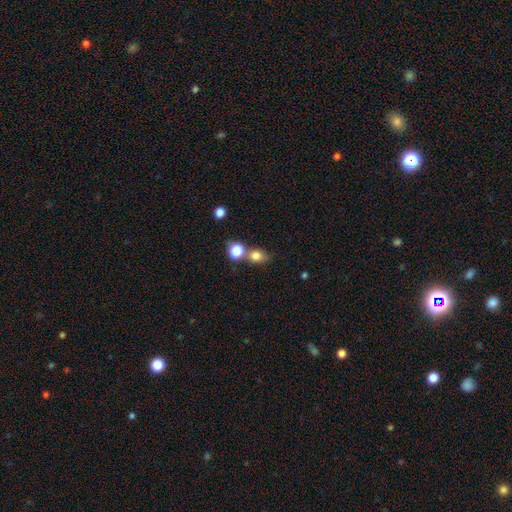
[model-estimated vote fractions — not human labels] Morphology: type=smooth (79%); roundness=round (51%); merging=none (49%).